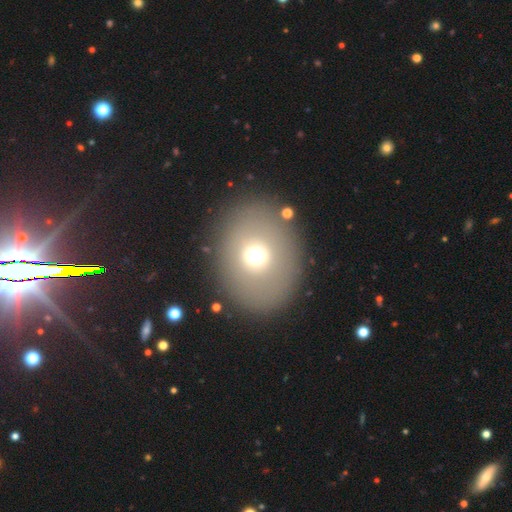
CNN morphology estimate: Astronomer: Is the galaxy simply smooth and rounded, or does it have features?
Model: smooth — 65%.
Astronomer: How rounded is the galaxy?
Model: round — 62%.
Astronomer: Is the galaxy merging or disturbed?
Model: none — 84%.